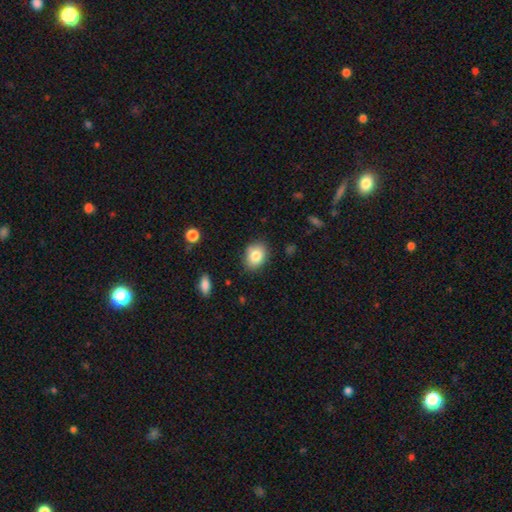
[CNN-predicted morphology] A smooth galaxy with no disk features (82%) that is in between round and cigar-shaped (59%).

Vote fractions:
- Smooth or featured? smooth: 82% / featured or disk: 9% / star or artifact: 9%
- How rounded? in between: 59% / round: 40% / cigar-shaped: 1%
- Merging? none: 84% / minor disturbance: 12% / major disturbance: 3% / merger: 2%